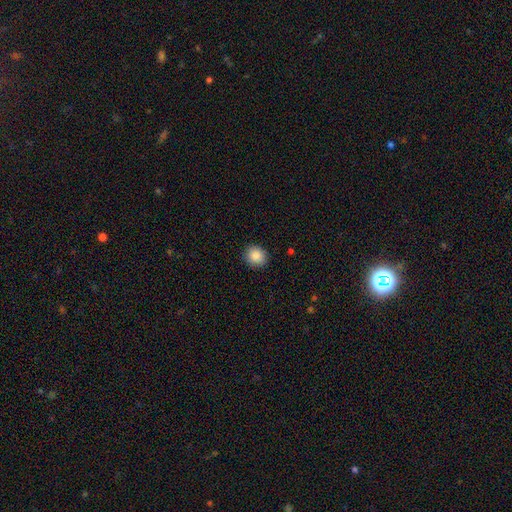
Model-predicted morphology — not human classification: Smooth or featured? Predicted: smooth (p=0.87). How rounded? Predicted: round (p=0.77). Merging? Predicted: none (p=0.90).